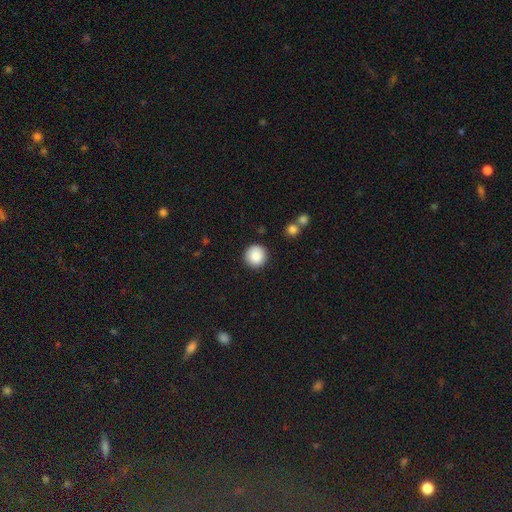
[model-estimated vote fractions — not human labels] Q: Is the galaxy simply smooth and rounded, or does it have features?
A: smooth — 88%.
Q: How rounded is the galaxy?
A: round — 95%.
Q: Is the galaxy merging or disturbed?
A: none — 90%.